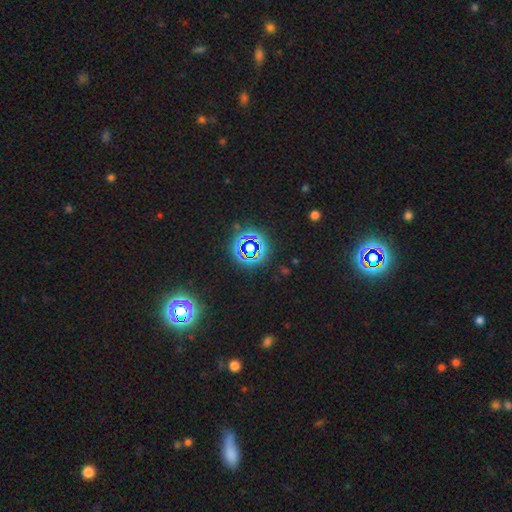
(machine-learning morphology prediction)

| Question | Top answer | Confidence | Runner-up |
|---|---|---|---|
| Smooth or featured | star or artifact | 68% | smooth (22%) |